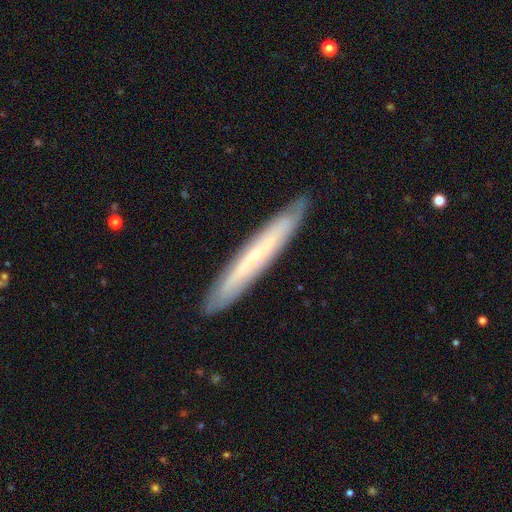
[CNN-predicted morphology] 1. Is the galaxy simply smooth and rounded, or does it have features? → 62% featured or disk, 31% smooth, 6% star or artifact.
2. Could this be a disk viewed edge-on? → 76% yes, 24% no.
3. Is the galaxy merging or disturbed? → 87% none, 10% minor disturbance, 2% major disturbance, 1% merger.